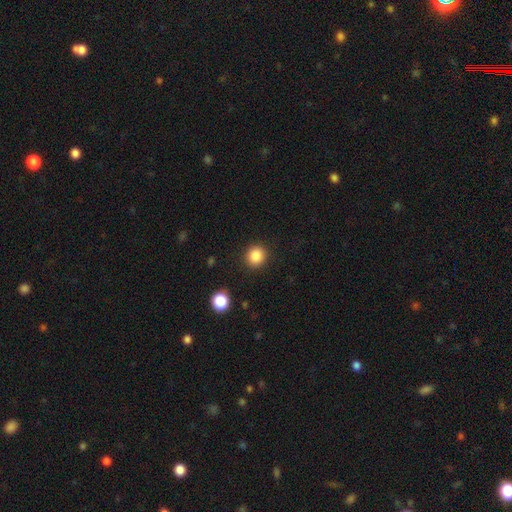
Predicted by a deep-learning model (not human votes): A smooth galaxy with no disk features (86%) that is round (88%). Merging: none (90%).